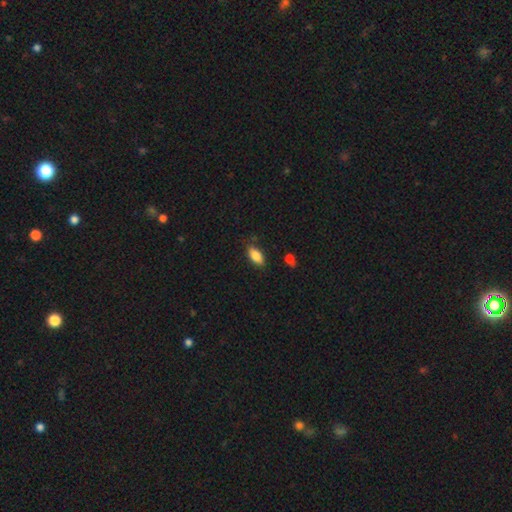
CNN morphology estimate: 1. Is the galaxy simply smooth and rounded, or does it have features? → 85% smooth, 8% featured or disk, 7% star or artifact.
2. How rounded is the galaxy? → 89% in between, 8% cigar-shaped, 3% round.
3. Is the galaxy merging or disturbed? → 80% none, 15% minor disturbance, 3% major disturbance, 2% merger.